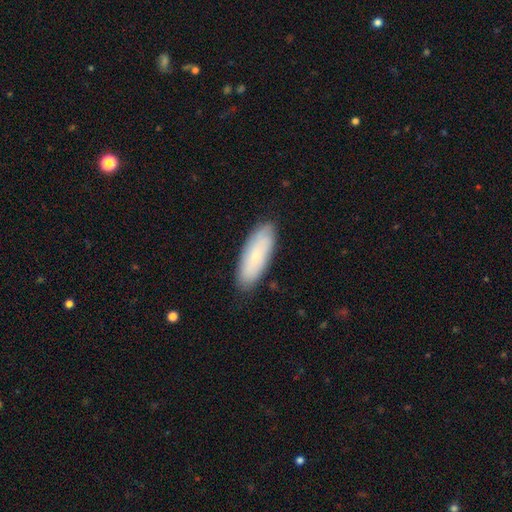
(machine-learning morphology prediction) The model was most divided on "smooth or featured": smooth: 67%, featured or disk: 26%, star or artifact: 7%. More confident: merging — none (84%); how rounded — in between (70%).